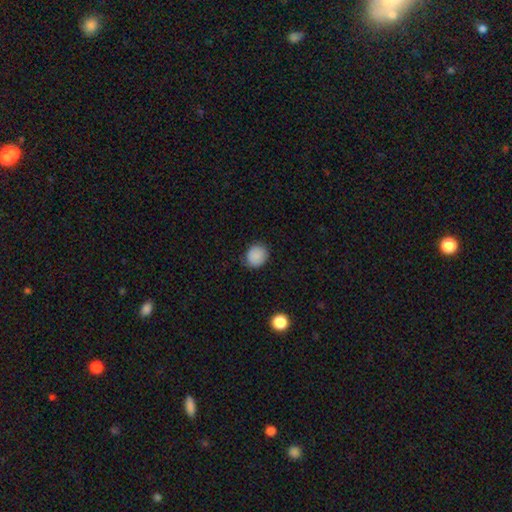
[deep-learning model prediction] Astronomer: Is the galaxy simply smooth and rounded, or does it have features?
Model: smooth — 88%.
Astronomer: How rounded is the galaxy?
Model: round — 78%.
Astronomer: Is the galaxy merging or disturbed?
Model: none — 83%.